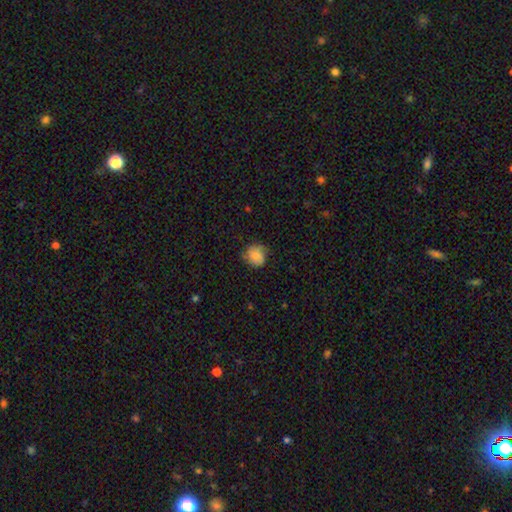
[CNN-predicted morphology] Smooth or featured? Predicted: smooth (p=0.76). How rounded? Predicted: round (p=0.83). Merging? Predicted: none (p=0.71).